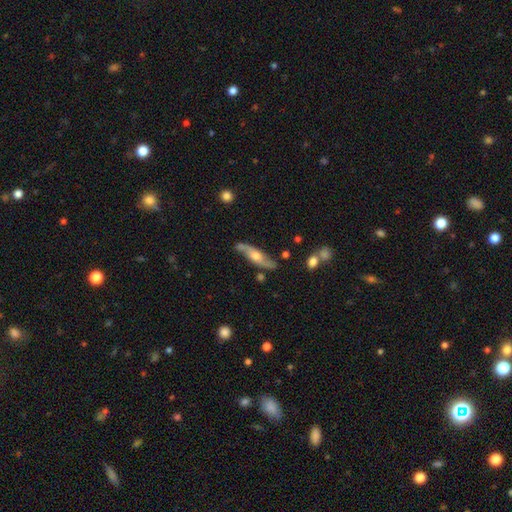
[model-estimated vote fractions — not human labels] Smooth or featured?
  - featured or disk: 72% *
  - smooth: 23%
  - star or artifact: 5%
Edge-on disk?
  - no: 60% *
  - yes: 40%
Merging?
  - none: 74% *
  - minor disturbance: 17%
  - major disturbance: 5%
  - merger: 3%